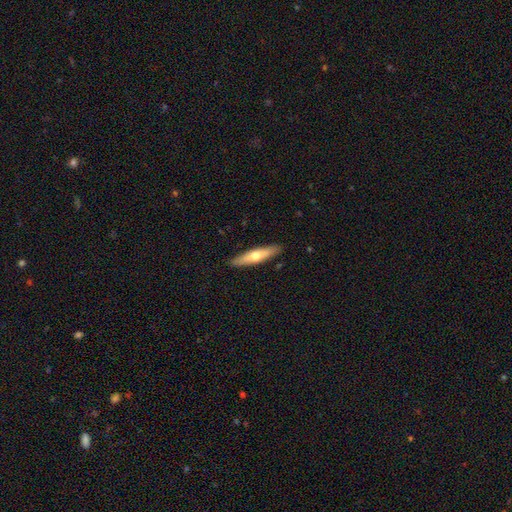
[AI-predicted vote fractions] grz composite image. It shows a smooth galaxy with no disk features (51%) that is cigar-shaped (80%). Merging: none (89%).